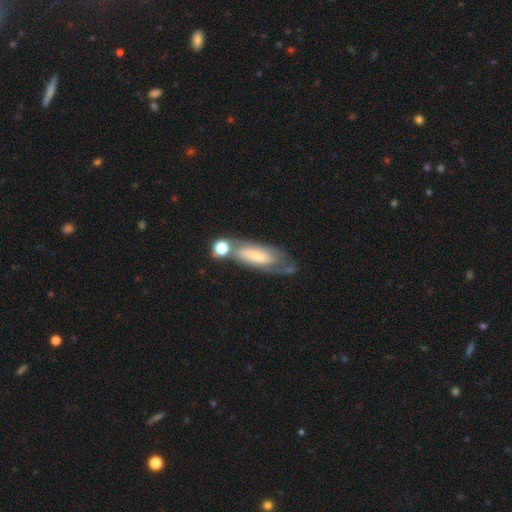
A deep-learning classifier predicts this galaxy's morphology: Overall: featured or disk (54%; smooth 39%). Edge-on disk: no (81%). Merging: none (45%; minor disturbance 22%).